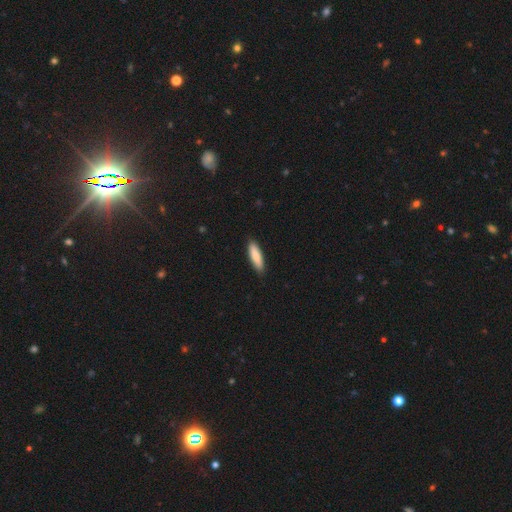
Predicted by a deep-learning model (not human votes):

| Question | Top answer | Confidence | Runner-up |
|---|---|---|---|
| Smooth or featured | smooth | 82% | featured or disk (13%) |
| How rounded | cigar-shaped | 64% | in between (34%) |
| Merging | none | 90% | minor disturbance (8%) |